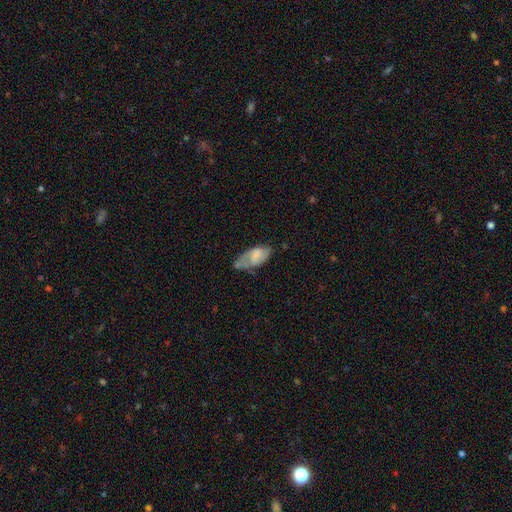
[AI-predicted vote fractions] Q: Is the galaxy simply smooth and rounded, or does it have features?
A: smooth — 50%.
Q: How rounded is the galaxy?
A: in between — 92%.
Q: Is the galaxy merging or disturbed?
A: none — 38%.